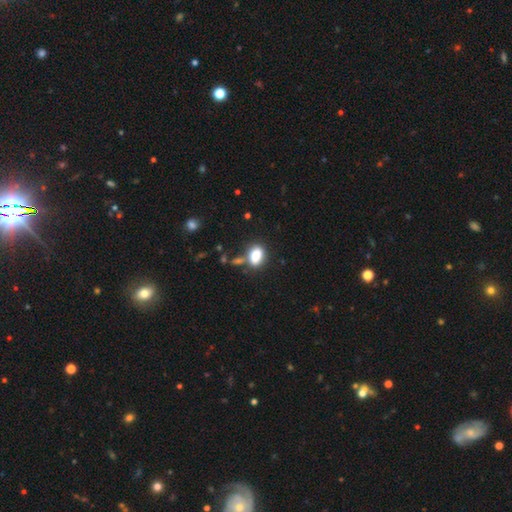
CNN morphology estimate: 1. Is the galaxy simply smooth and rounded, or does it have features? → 84% smooth, 10% star or artifact, 6% featured or disk.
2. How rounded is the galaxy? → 82% in between, 16% round, 2% cigar-shaped.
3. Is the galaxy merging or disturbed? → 62% none, 17% minor disturbance, 14% merger, 6% major disturbance.